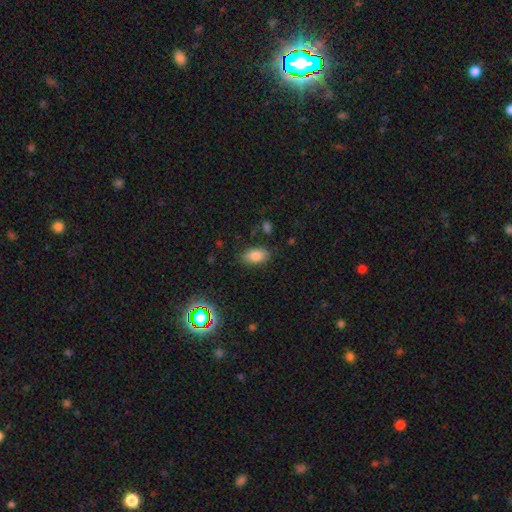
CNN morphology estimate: Smooth or featured? smooth (82%)
How rounded? in between (91%)
Merging? none (83%)